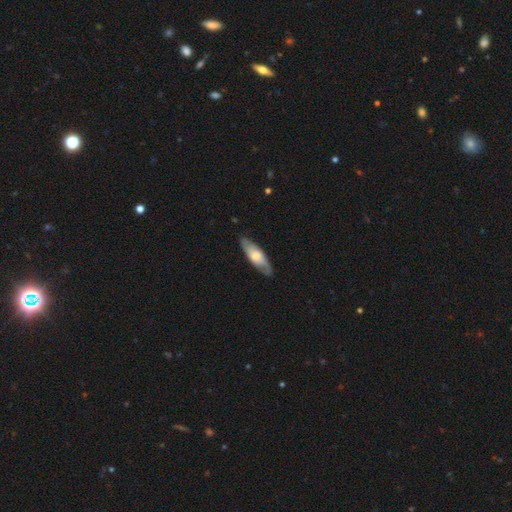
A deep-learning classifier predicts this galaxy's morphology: The model was most divided on "how rounded": in between: 54%, cigar-shaped: 44%, round: 2%. More confident: merging — none (82%); smooth or featured — smooth (53%).